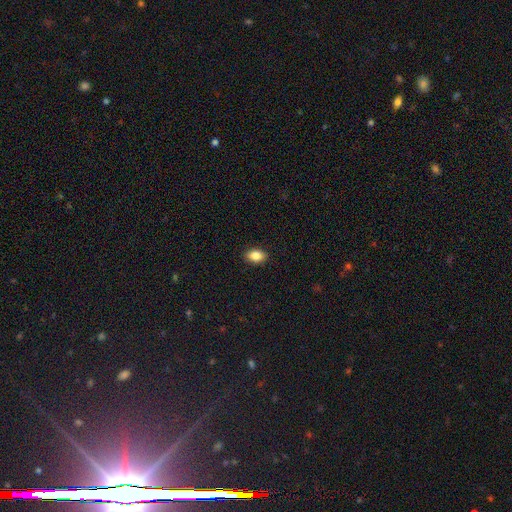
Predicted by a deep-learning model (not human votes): smooth 85%, star or artifact 8%, featured or disk 7%. Down the decision tree: how rounded — in between (88%); merging — none (90%).